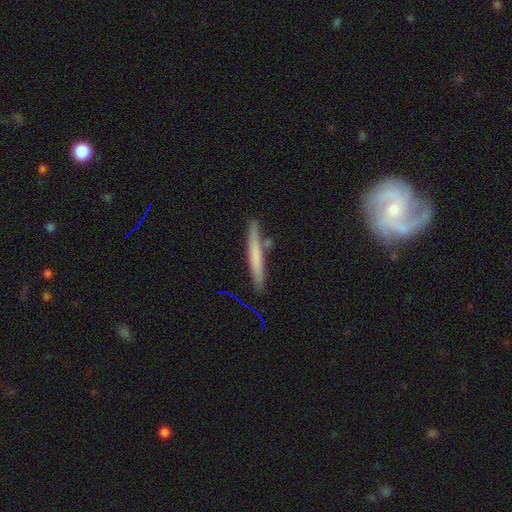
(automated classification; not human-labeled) A smooth galaxy with no disk features (60%) that is cigar-shaped (96%).

Vote fractions:
- Smooth or featured? smooth: 60% / featured or disk: 33% / star or artifact: 7%
- How rounded? cigar-shaped: 96% / in between: 3% / round: 1%
- Merging? none: 80% / minor disturbance: 13% / merger: 5% / major disturbance: 3%